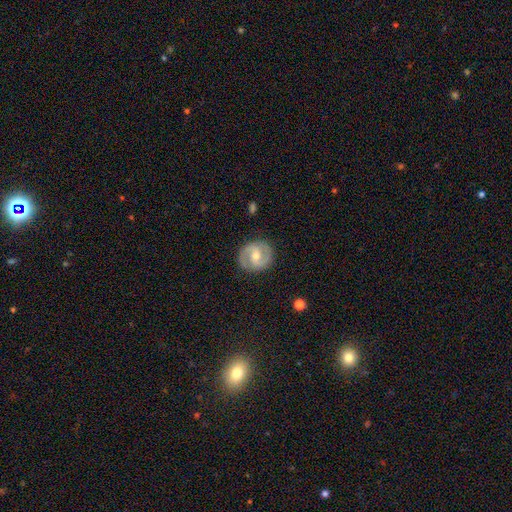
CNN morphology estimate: Smooth or featured? Predicted: featured or disk (p=0.84). Edge-on disk? Predicted: no (p=0.98). Bar? Predicted: weak (p=0.48). Spiral arms? Predicted: yes (p=0.95). Spiral winding? Predicted: medium (p=0.52). Spiral arm count? Predicted: 2 (p=0.92). Bulge size? Predicted: moderate (p=0.58). Merging? Predicted: none (p=0.87).